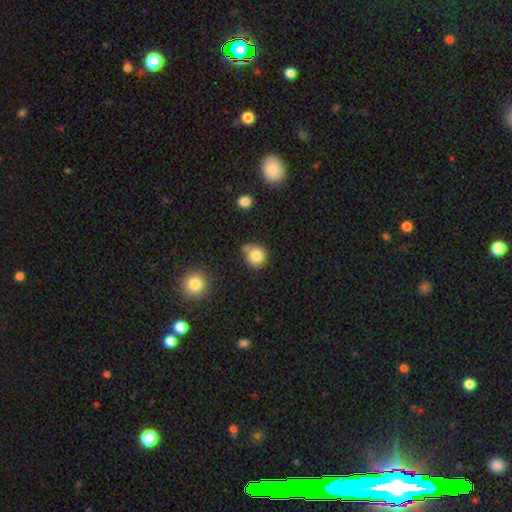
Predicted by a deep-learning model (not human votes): Morphology: type=smooth (83%); roundness=round (89%); merging=none (66%).